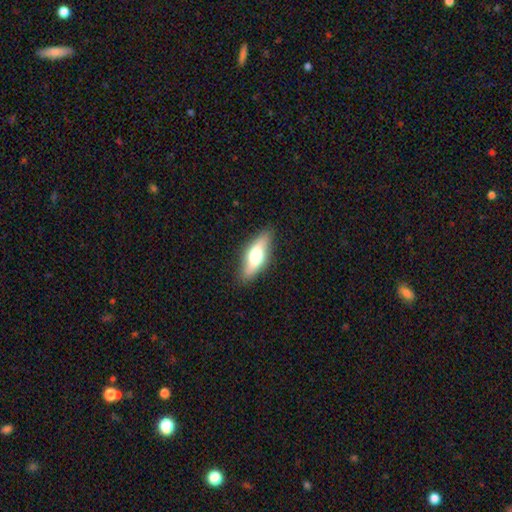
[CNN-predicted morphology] The model was most divided on "smooth or featured": smooth: 52%, featured or disk: 42%, star or artifact: 6%. More confident: merging — none (85%); how rounded — in between (61%).